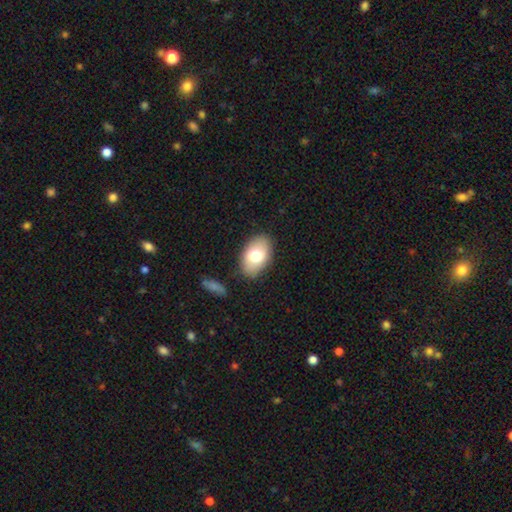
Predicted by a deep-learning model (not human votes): Overall: smooth (73%). How rounded: in between (88%). Merging: none (85%).